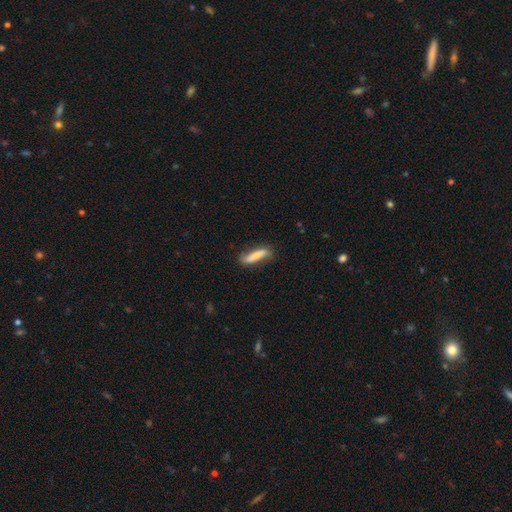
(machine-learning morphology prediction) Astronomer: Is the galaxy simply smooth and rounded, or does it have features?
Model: smooth — 62%.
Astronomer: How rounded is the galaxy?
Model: cigar-shaped — 72%.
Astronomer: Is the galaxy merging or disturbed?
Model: none — 71%.